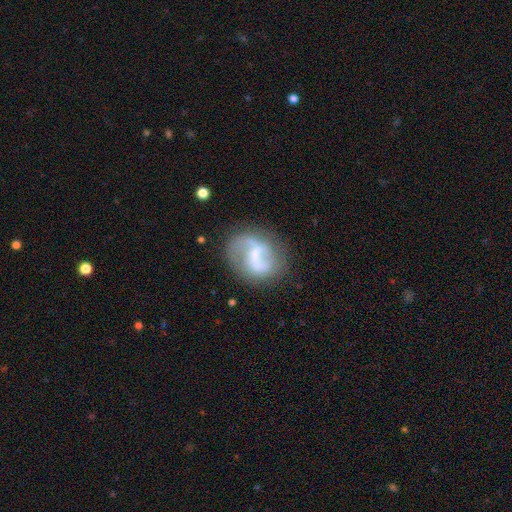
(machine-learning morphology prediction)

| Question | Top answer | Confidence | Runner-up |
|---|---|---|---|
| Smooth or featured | featured or disk | 71% | smooth (21%) |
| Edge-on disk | no | 97% | yes (3%) |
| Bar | weak | 42% | strong (37%) |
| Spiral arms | yes | 82% | no (18%) |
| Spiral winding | loose | 58% | medium (31%) |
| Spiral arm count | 2 | 79% | 1 (11%) |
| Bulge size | none | 39% | small (35%) |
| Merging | none | 68% | minor disturbance (18%) |